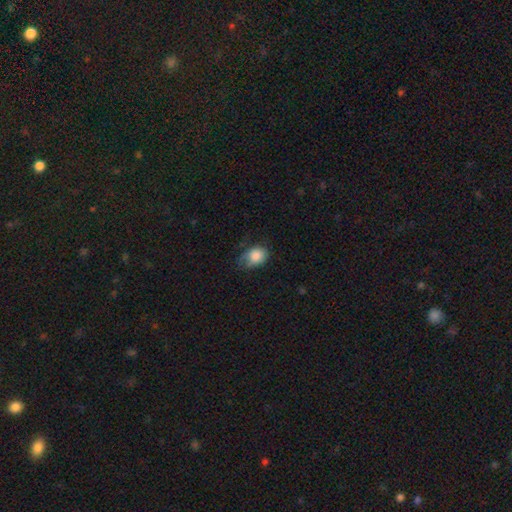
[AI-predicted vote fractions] Q: Smooth or featured?
A: smooth (83%); runner-up: featured or disk (10%)
Q: How rounded?
A: in between (70%); runner-up: round (29%)
Q: Merging?
A: none (40%); runner-up: minor disturbance (39%)